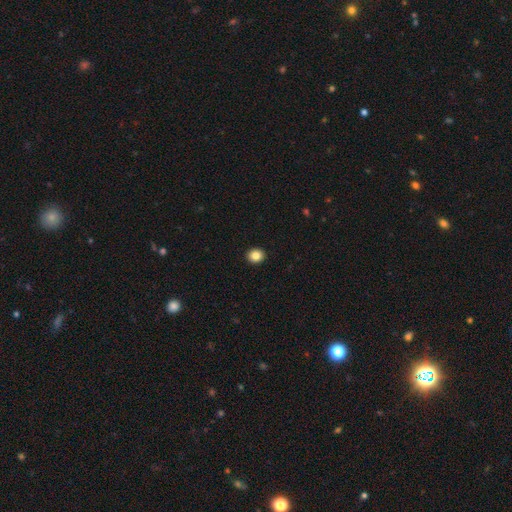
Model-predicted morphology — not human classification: This is clearly a smooth galaxy (85%). How rounded: likely round (73%). Merging: clearly none (93%).